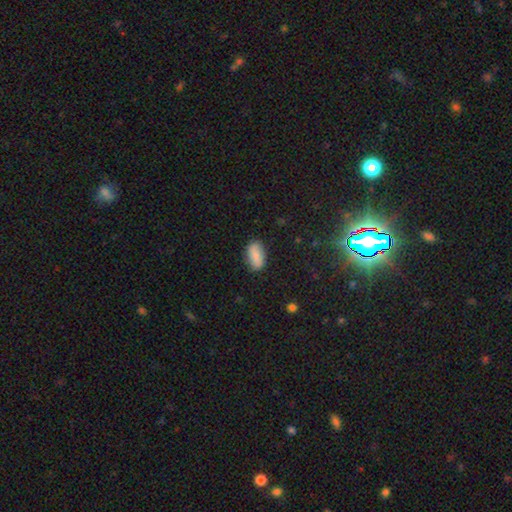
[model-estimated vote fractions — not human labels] Smooth or featured?
  - smooth: 77% *
  - featured or disk: 16%
  - star or artifact: 7%
How rounded?
  - in between: 92% *
  - round: 5%
  - cigar-shaped: 4%
Merging?
  - none: 83% *
  - minor disturbance: 13%
  - major disturbance: 3%
  - merger: 1%